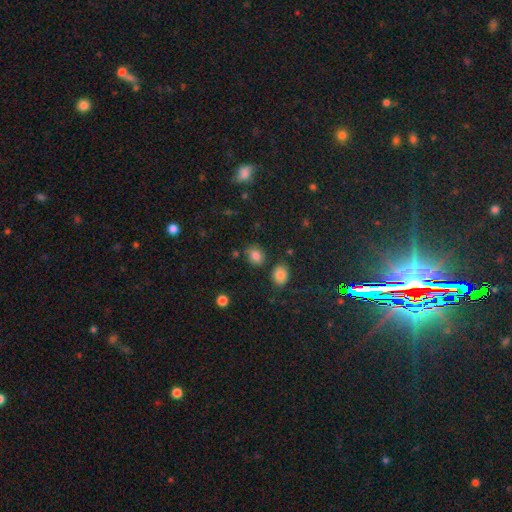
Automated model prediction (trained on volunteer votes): Smooth or featured?
  - smooth: 80% *
  - star or artifact: 13%
  - featured or disk: 7%
How rounded?
  - round: 54% *
  - in between: 45%
  - cigar-shaped: 1%
Merging?
  - none: 70% *
  - minor disturbance: 19%
  - merger: 6%
  - major disturbance: 5%